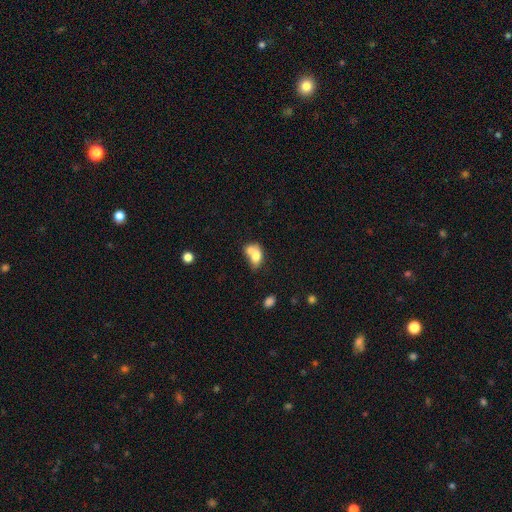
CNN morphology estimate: type=smooth (70%); roundness=in between (72%); merging=merger (66%).